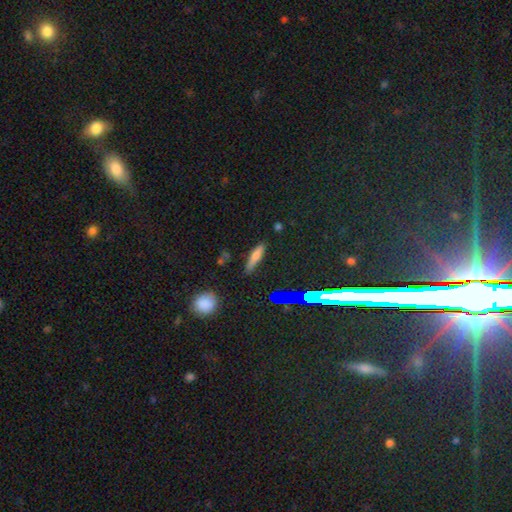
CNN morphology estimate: Smooth or featured? Predicted: smooth (p=0.67). How rounded? Predicted: cigar-shaped (p=0.76). Merging? Predicted: none (p=0.76).